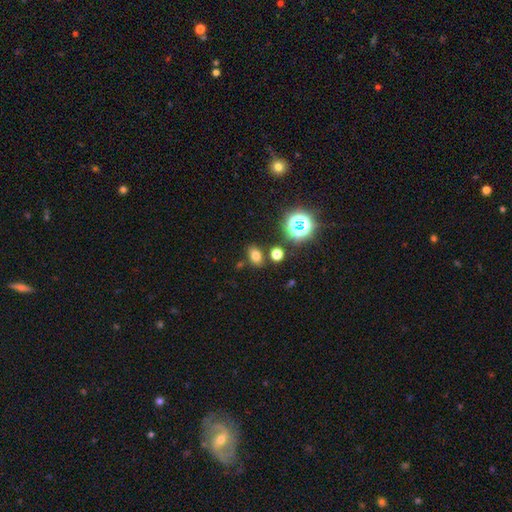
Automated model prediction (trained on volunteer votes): Morphology: type=smooth (71%); roundness=in between (72%); merging=none (79%).